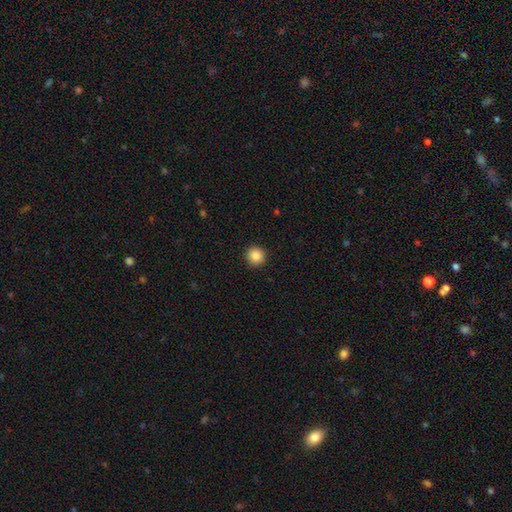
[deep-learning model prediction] Overall: smooth (87%). How rounded: round (95%). Merging: none (93%).